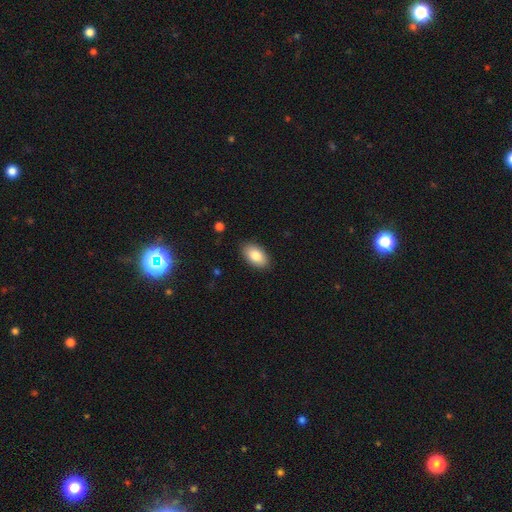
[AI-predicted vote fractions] Smooth or featured: smooth — 85% (featured or disk — 9%)
How rounded: in between — 94% (round — 4%)
Merging: none — 88% (minor disturbance — 9%)